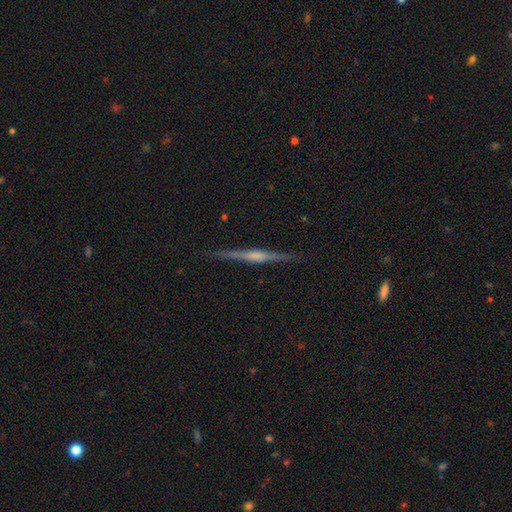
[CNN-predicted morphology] A featured or disk galaxy (82%) viewed edge-on (98%) with a rounded central bulge (77%). Merging: none (90%).